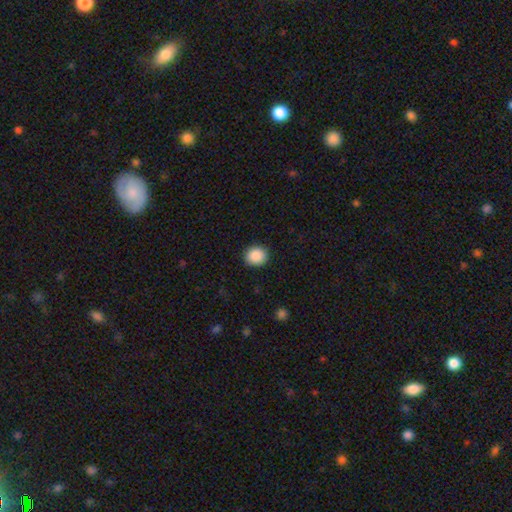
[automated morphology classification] A smooth galaxy with no disk features (89%) that is round (81%). Merging: none (90%).